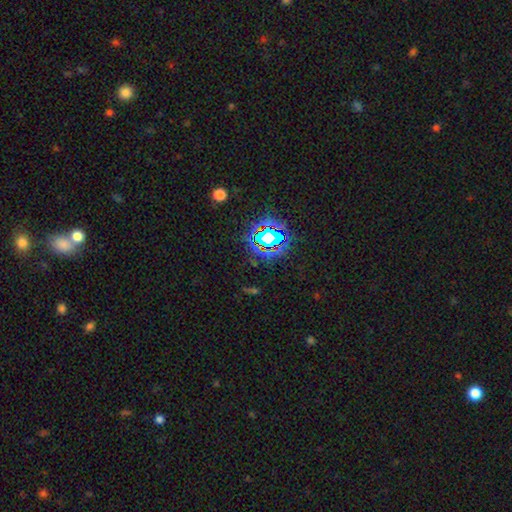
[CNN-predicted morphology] Smooth or featured? star or artifact (78%)